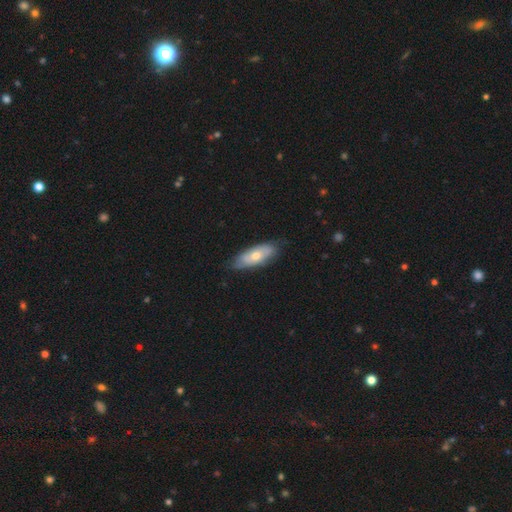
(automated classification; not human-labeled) Smooth or featured? smooth (50%)
How rounded? in between (74%)
Merging? none (77%)